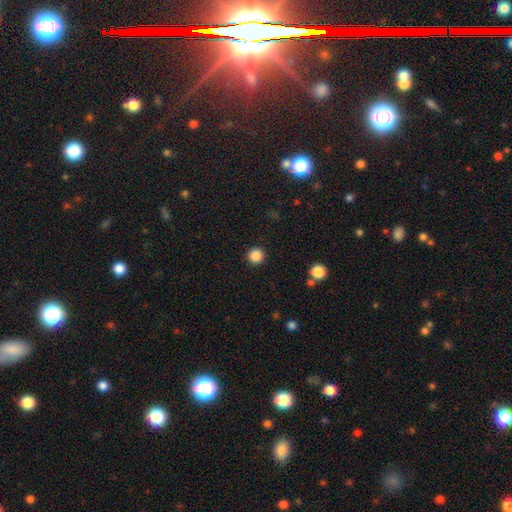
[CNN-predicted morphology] The model was most divided on "smooth or featured": smooth: 87%, star or artifact: 11%, featured or disk: 3%. More confident: how rounded — round (96%); merging — none (93%).